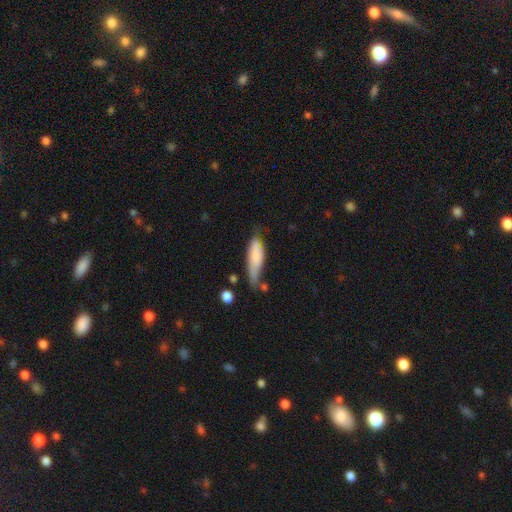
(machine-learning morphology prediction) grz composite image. It shows a smooth galaxy with no disk features (72%) that is cigar-shaped (53%). Merging: none (44%).